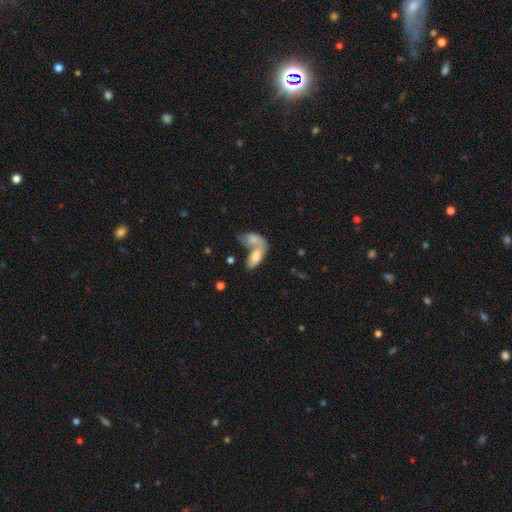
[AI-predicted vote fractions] A smooth galaxy with no disk features (74%) that is in between round and cigar-shaped (89%).

Vote fractions:
- Smooth or featured? smooth: 74% / featured or disk: 19% / star or artifact: 7%
- How rounded? in between: 89% / cigar-shaped: 7% / round: 5%
- Merging? merger: 70% / none: 18% / minor disturbance: 6% / major disturbance: 6%